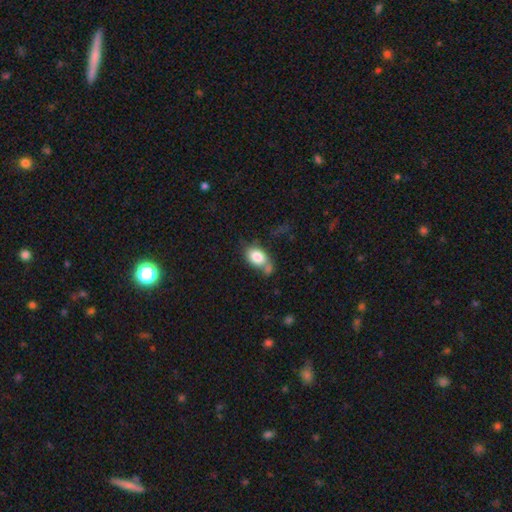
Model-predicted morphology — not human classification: Overall: smooth (81%). How rounded: in between (78%). Merging: none (45%; minor disturbance 24%).